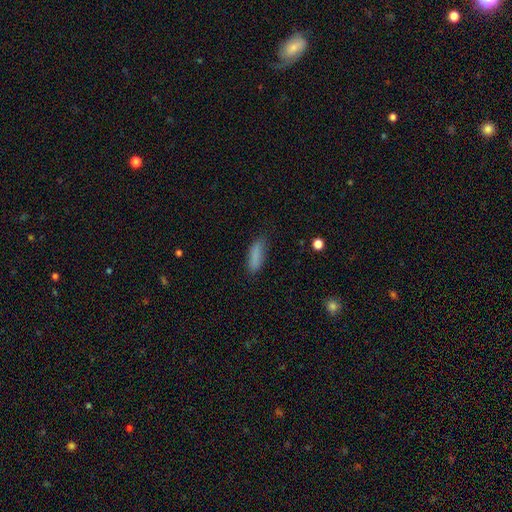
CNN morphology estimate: type=smooth (85%); roundness=in between (50%); merging=none (78%).